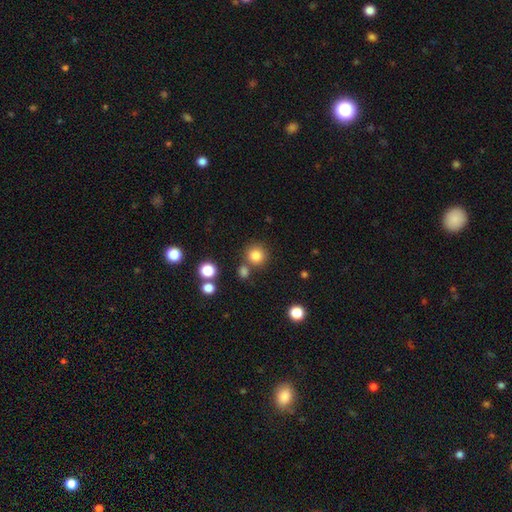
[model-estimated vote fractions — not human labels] Smooth or featured?
  - smooth: 83% *
  - star or artifact: 12%
  - featured or disk: 5%
How rounded?
  - round: 92% *
  - in between: 7%
  - cigar-shaped: 1%
Merging?
  - none: 76% *
  - merger: 13%
  - minor disturbance: 9%
  - major disturbance: 3%